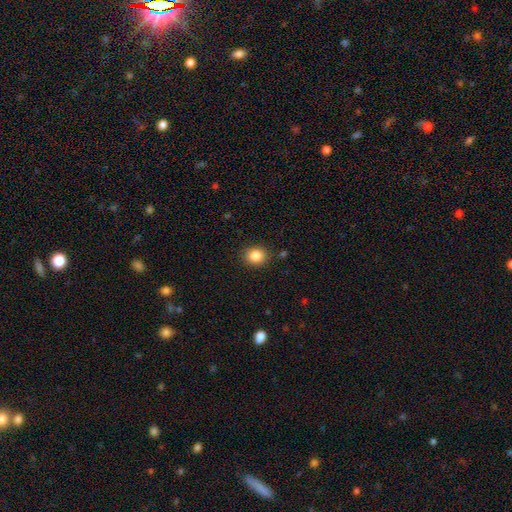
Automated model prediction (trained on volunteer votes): smooth_or_featured: smooth (p=0.85) [alt: star or artifact p=0.10]
how_rounded: round (p=0.70) [alt: in between p=0.30]
merging: none (p=0.88) [alt: minor disturbance p=0.08]